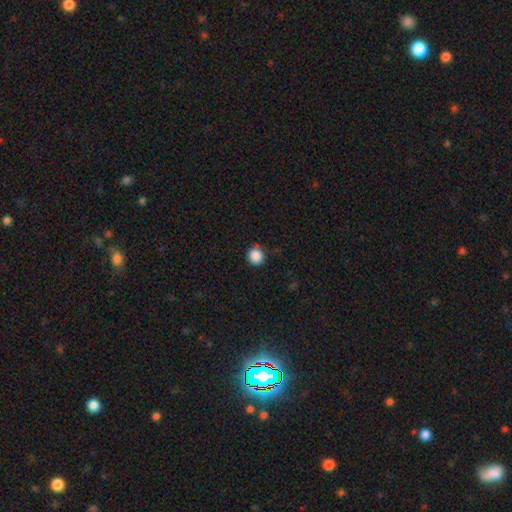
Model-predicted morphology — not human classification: Smooth or featured: smooth — 88% (star or artifact — 10%)
How rounded: round — 91% (in between — 8%)
Merging: none — 81% (minor disturbance — 14%)